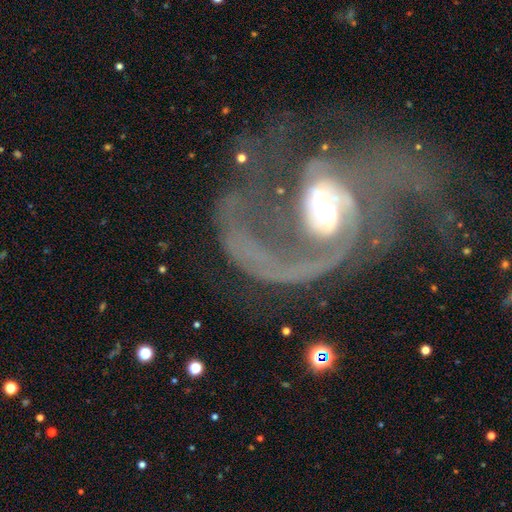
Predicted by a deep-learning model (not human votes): Overall: featured or disk (88%). Edge-on disk: no (98%). Bar: no (40%; weak 38%). Spiral arms: yes (92%). Spiral arm count: 2 (44%; 1 35%). Spiral winding: medium (44%; loose 38%). Bulge size: moderate (58%; large 21%). Merging: major disturbance (50%; none 28%).